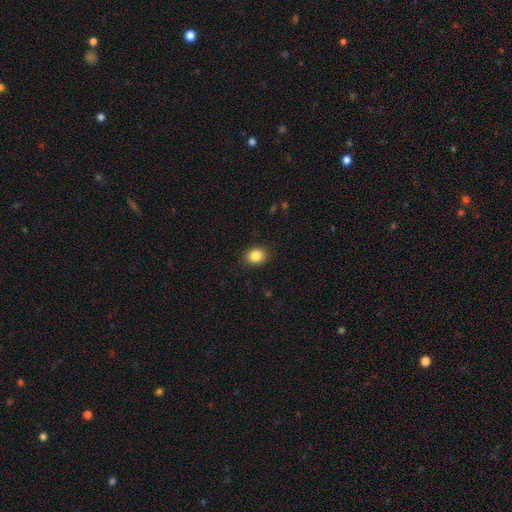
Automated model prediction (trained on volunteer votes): smooth 86%, star or artifact 10%, featured or disk 5%. Down the decision tree: how rounded — round (59%); merging — none (90%).